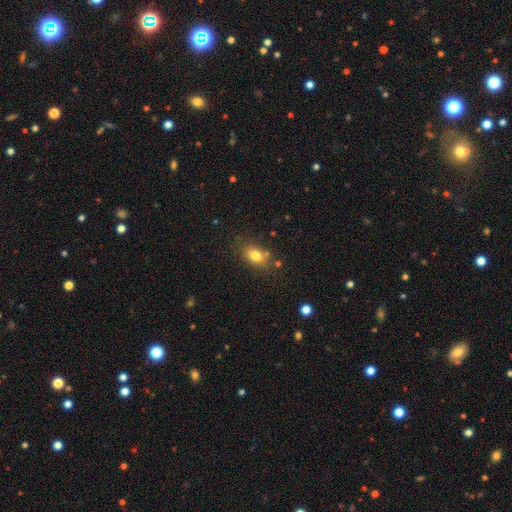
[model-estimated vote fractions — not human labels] Smooth or featured?
  - smooth: 79% *
  - star or artifact: 11%
  - featured or disk: 10%
How rounded?
  - in between: 77% *
  - round: 21%
  - cigar-shaped: 2%
Merging?
  - none: 77% *
  - minor disturbance: 14%
  - merger: 6%
  - major disturbance: 4%